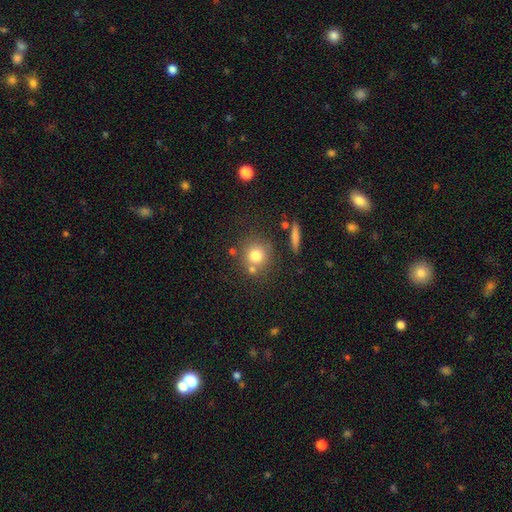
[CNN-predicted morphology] Smooth or featured? Predicted: smooth (p=0.76). How rounded? Predicted: round (p=0.89). Merging? Predicted: none (p=0.68).